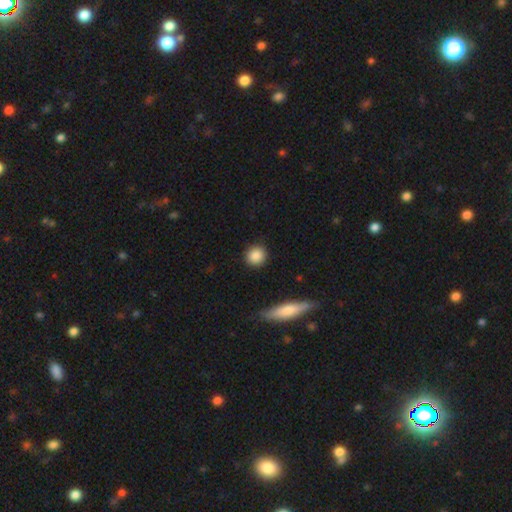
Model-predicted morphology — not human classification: smooth 87%, star or artifact 8%, featured or disk 5%. Down the decision tree: how rounded — round (90%); merging — none (89%).